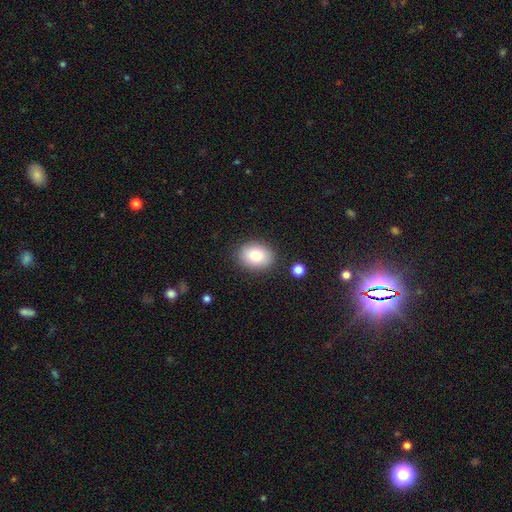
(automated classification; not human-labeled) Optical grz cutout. It shows a smooth galaxy with no disk features (80%) that is in between round and cigar-shaped (60%). Merging: none (86%).